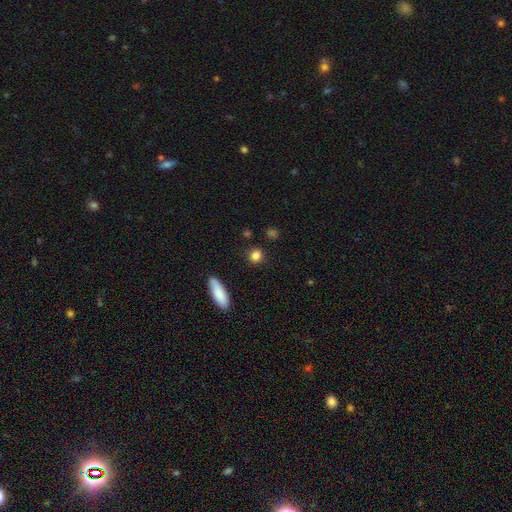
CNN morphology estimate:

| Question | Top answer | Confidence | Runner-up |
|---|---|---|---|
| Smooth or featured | smooth | 84% | star or artifact (10%) |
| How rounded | round | 63% | in between (32%) |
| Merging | none | 85% | minor disturbance (10%) |